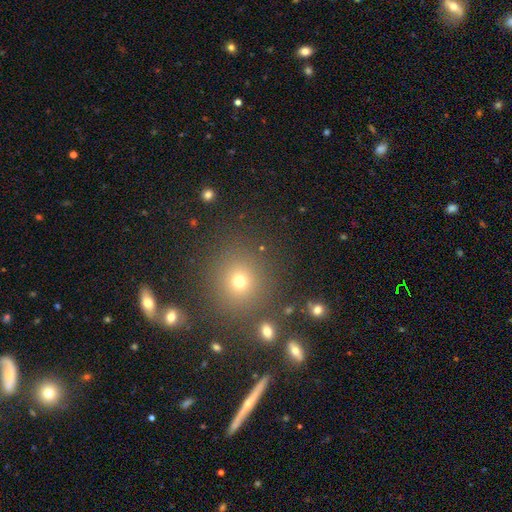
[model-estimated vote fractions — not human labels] The model was most divided on "smooth or featured": smooth: 53%, star or artifact: 37%, featured or disk: 11%. More confident: how rounded — round (89%); merging — none (86%).